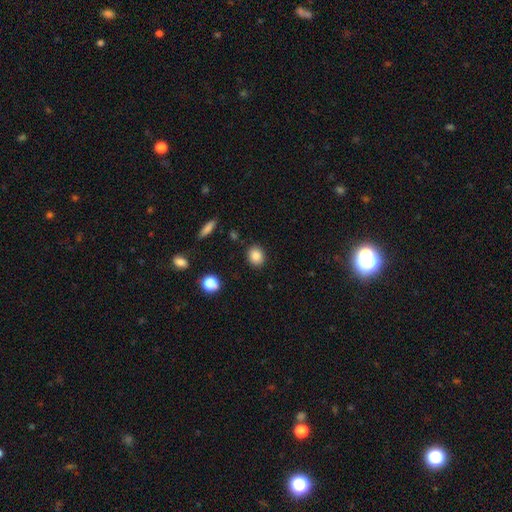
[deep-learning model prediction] The model was most divided on "how rounded": round: 62%, in between: 37%, cigar-shaped: 1%. More confident: merging — none (88%); smooth or featured — smooth (86%).